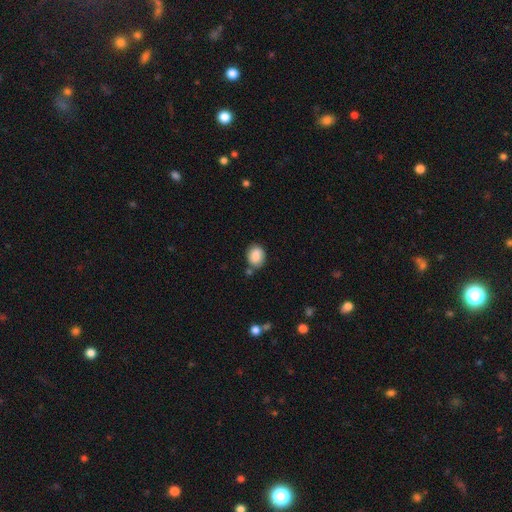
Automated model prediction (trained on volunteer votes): Smooth or featured? Predicted: smooth (p=0.86). How rounded? Predicted: round (p=0.56). Merging? Predicted: none (p=0.71).